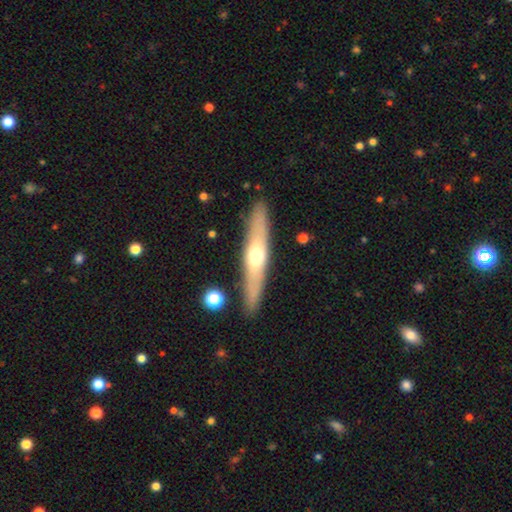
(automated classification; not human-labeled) Smooth or featured: featured or disk — 53% (smooth — 42%)
Edge-on disk: yes — 83% (no — 17%)
Merging: none — 88% (minor disturbance — 8%)